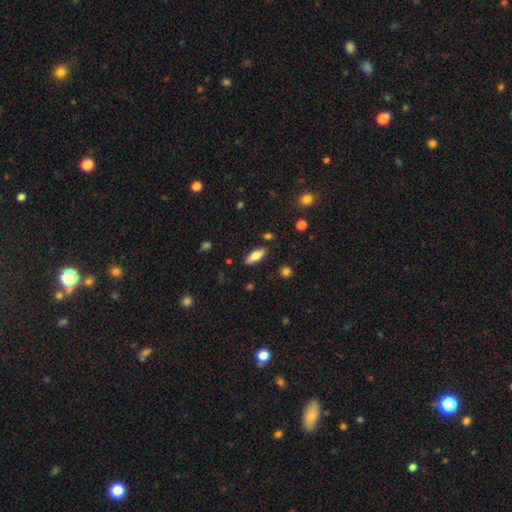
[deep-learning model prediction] A smooth galaxy with no disk features (71%) that is in between round and cigar-shaped (74%).

Vote fractions:
- Smooth or featured? smooth: 71% / featured or disk: 22% / star or artifact: 7%
- How rounded? in between: 74% / cigar-shaped: 23% / round: 2%
- Merging? none: 85% / minor disturbance: 10% / major disturbance: 2% / merger: 2%